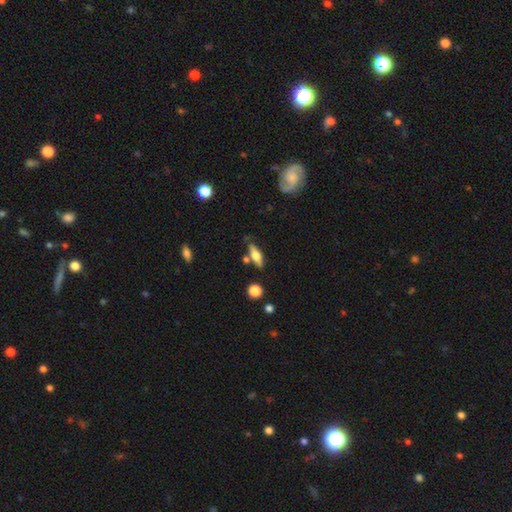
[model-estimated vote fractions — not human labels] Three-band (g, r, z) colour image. It shows a smooth galaxy with no disk features (50%). Merging: none (71%).